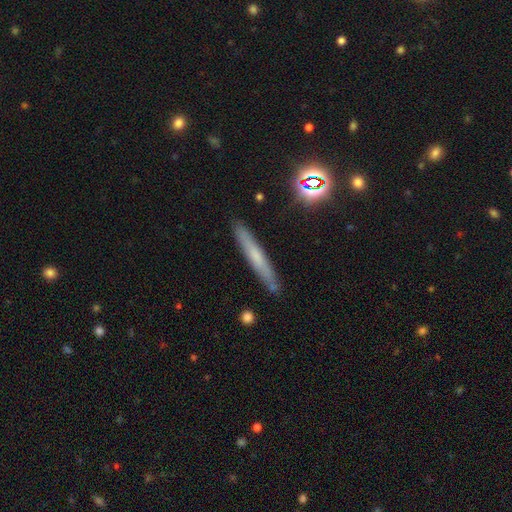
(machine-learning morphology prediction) This is possibly a smooth galaxy (53%). How rounded: clearly cigar-shaped (94%). Merging: clearly none (87%).